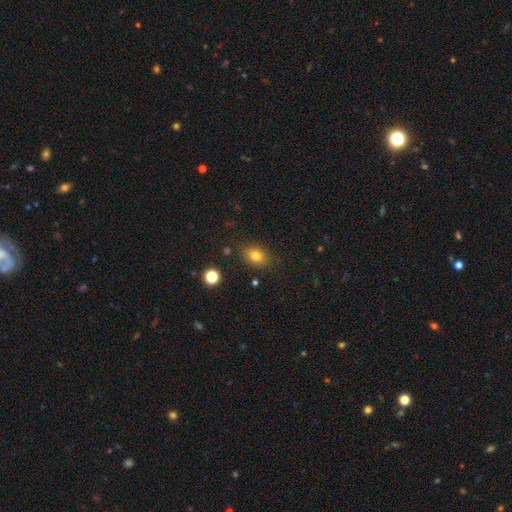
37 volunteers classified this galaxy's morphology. smooth 89%, star or artifact 8%, featured or disk 3%. Down the decision tree: how rounded — in between (76%); merging — none (79%).